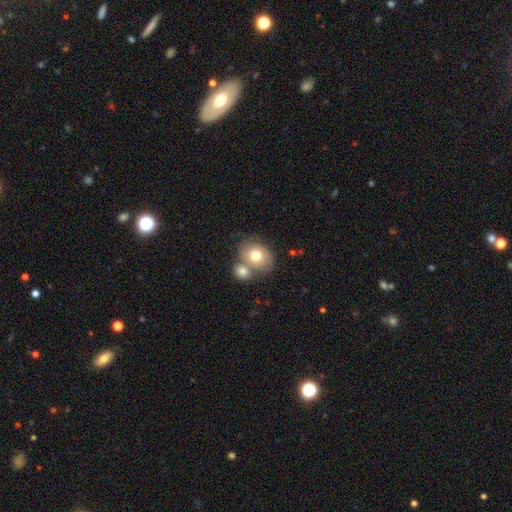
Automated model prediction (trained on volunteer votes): Morphology: type=smooth (74%); roundness=round (54%); merging=none (44%).